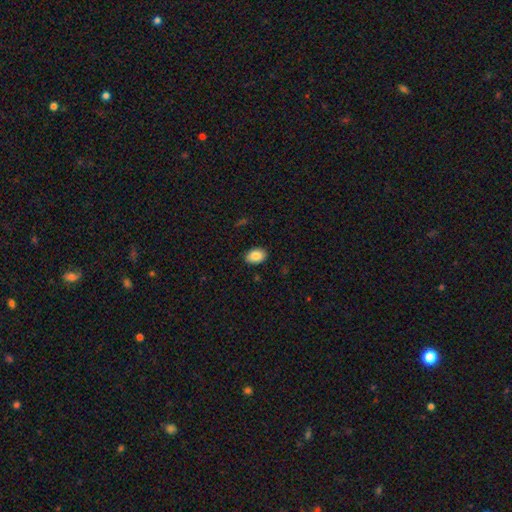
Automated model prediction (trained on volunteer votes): Q: Smooth or featured?
A: smooth (88%); runner-up: star or artifact (7%)
Q: How rounded?
A: in between (85%); runner-up: round (14%)
Q: Merging?
A: none (89%); runner-up: minor disturbance (8%)